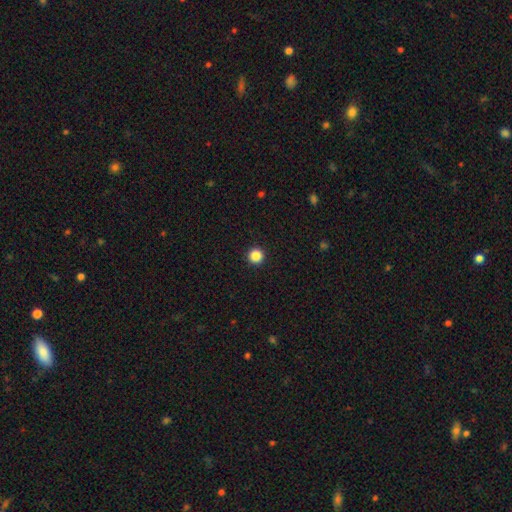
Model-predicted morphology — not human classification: The model was most divided on "smooth or featured": smooth: 86%, star or artifact: 11%, featured or disk: 3%. More confident: how rounded — round (97%); merging — none (94%).